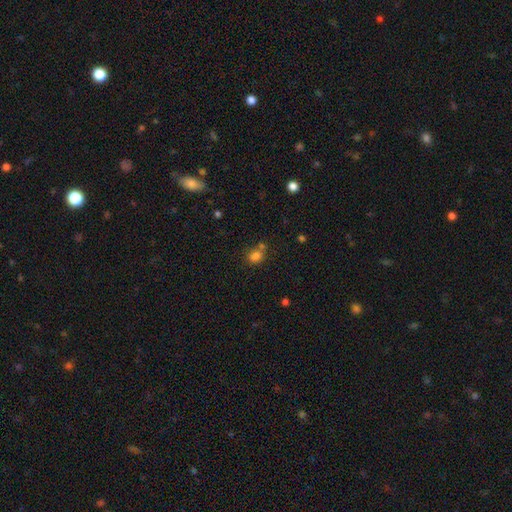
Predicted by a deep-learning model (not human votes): This is likely a smooth galaxy (78%). How rounded: likely round (60%). Merging: possibly none (54%).